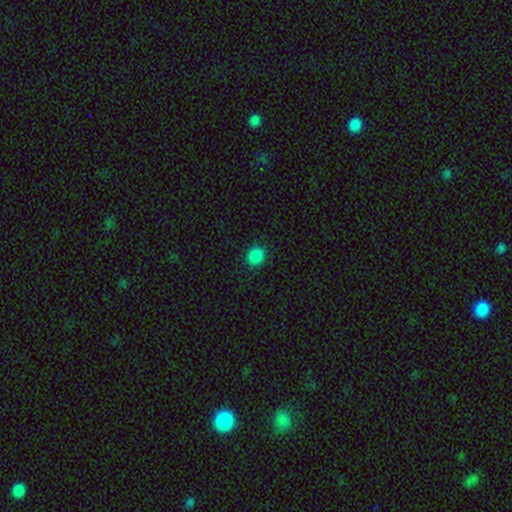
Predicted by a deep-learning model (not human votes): smooth_or_featured: smooth (p=0.86) [alt: star or artifact p=0.11]
how_rounded: round (p=0.84) [alt: in between p=0.15]
merging: none (p=0.90) [alt: minor disturbance p=0.07]